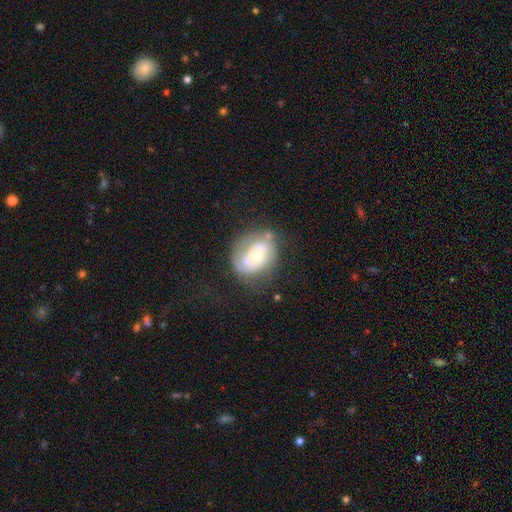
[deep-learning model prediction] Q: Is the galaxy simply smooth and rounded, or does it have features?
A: featured or disk — 62%.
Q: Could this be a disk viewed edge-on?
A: no — 96%.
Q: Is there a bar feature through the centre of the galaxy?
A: no — 71%.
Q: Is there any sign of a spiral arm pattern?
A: yes — 64%.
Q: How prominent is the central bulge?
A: moderate — 56%.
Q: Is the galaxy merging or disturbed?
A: none — 52%.